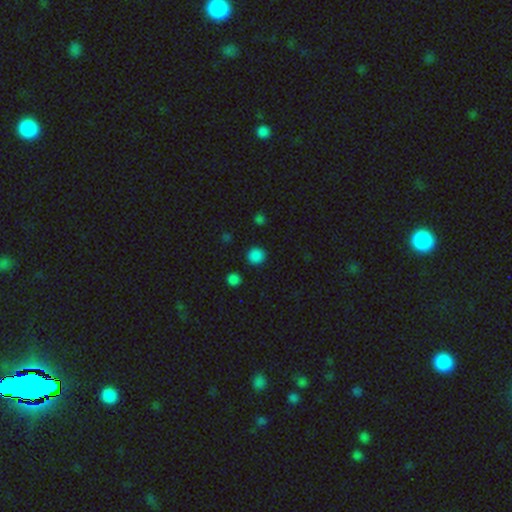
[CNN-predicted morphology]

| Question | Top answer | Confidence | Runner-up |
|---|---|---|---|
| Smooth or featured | smooth | 83% | star or artifact (14%) |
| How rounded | round | 91% | in between (8%) |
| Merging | none | 90% | minor disturbance (6%) |